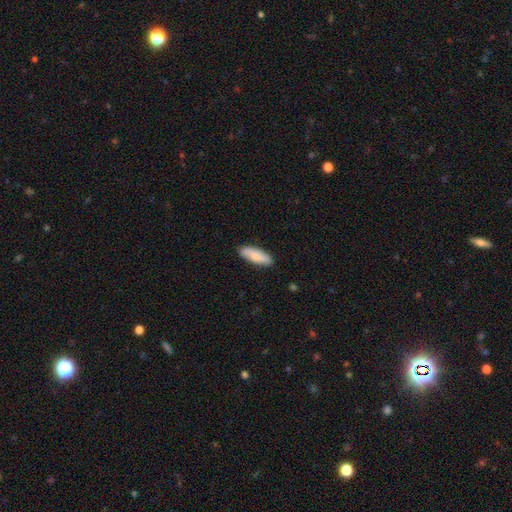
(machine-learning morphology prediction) type=smooth (77%); roundness=in between (60%); merging=none (87%).